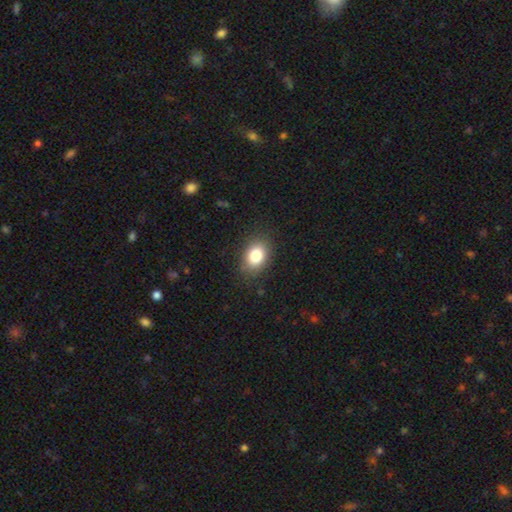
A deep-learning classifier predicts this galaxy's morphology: A smooth galaxy with no disk features (84%) that is in between round and cigar-shaped (75%). Merging: none (84%).